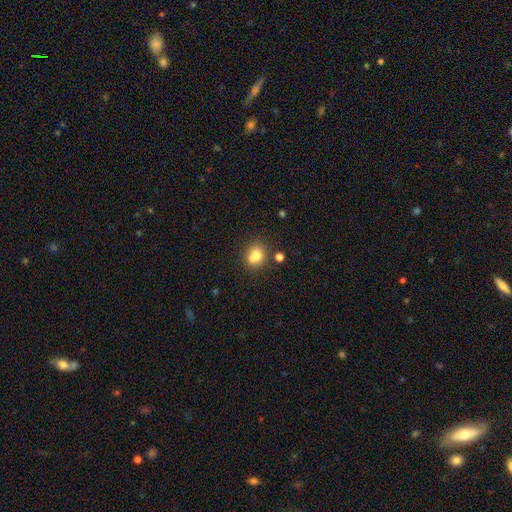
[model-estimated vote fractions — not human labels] Smooth or featured? smooth (75%)
How rounded? round (64%)
Merging? none (54%)